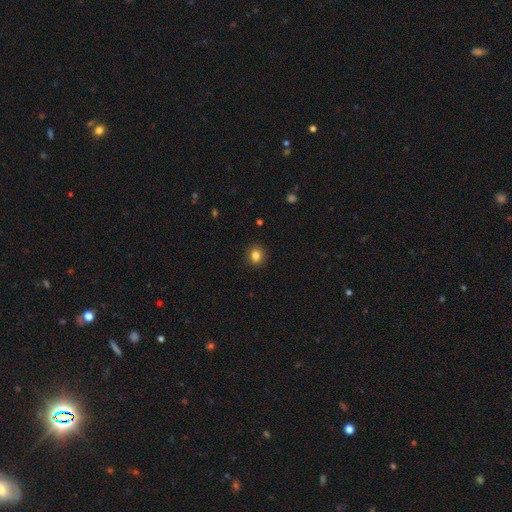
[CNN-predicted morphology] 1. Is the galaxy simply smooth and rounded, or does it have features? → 84% smooth, 11% star or artifact, 5% featured or disk.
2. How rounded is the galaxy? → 75% round, 24% in between, 1% cigar-shaped.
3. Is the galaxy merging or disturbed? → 90% none, 7% minor disturbance, 2% major disturbance, 1% merger.